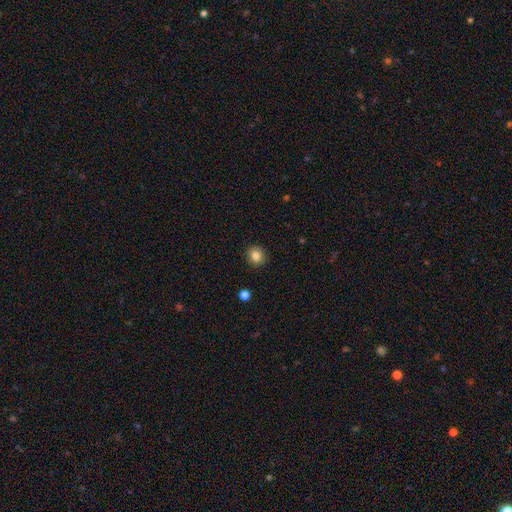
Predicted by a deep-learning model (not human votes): This is clearly a smooth galaxy (83%). How rounded: clearly round (84%). Merging: clearly none (91%).